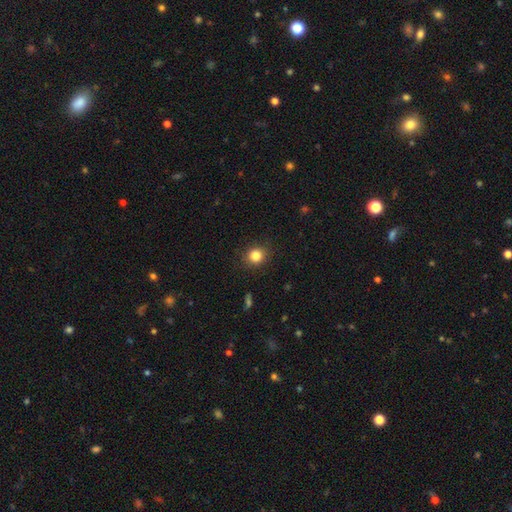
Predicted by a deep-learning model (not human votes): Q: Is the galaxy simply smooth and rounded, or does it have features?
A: smooth — 83%.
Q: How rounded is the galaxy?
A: round — 85%.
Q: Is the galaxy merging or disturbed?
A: none — 88%.